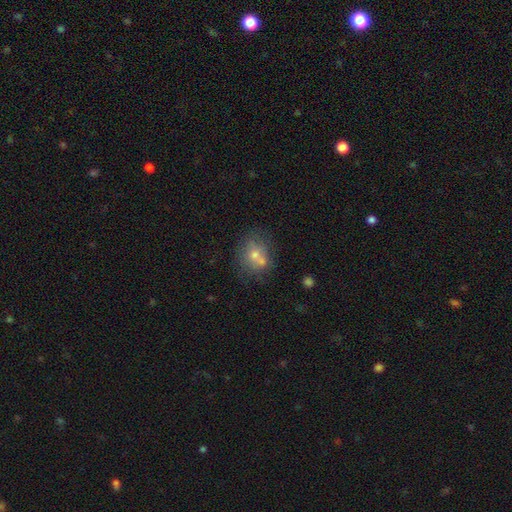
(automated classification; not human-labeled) Overall: smooth (61%; featured or disk 27%). How rounded: round (64%; in between 35%). Merging: none (46%; merger 31%).